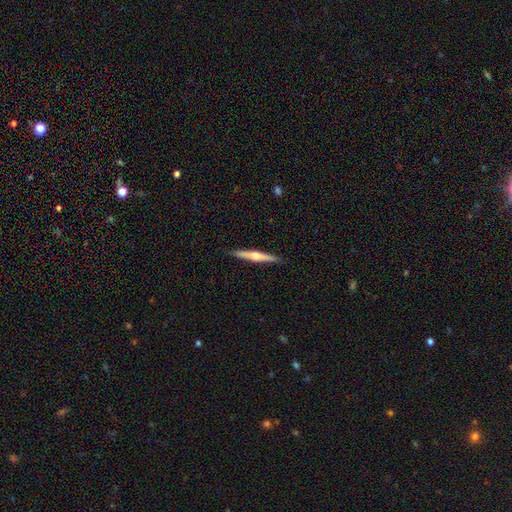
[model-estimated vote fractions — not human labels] This is likely a featured or disk galaxy (70%). It is clearly viewed edge-on (98%). Edge-on bulge: clearly rounded (86%). Merging: clearly none (92%).